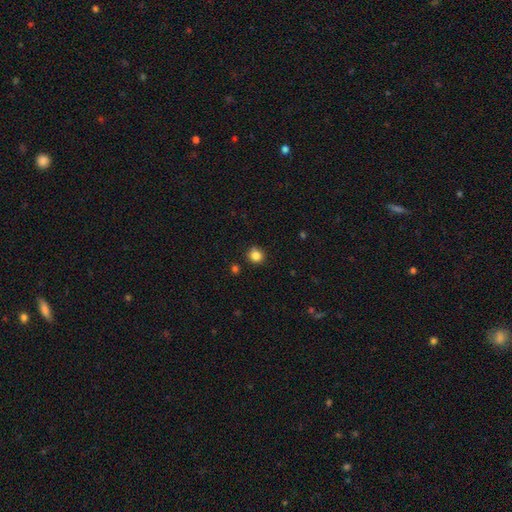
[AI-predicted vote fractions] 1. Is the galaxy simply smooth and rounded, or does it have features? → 84% smooth, 12% star or artifact, 4% featured or disk.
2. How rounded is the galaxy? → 88% round, 11% in between, 1% cigar-shaped.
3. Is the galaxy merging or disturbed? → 87% none, 9% minor disturbance, 2% merger, 2% major disturbance.